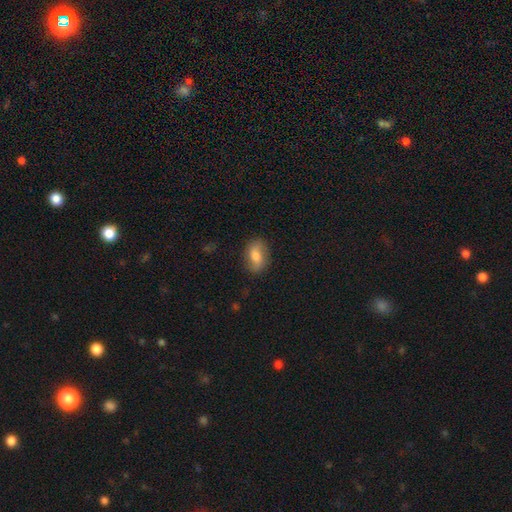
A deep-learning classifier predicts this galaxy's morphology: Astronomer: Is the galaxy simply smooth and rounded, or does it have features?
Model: smooth — 65%.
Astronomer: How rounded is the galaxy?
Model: in between — 84%.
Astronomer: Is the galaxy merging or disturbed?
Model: none — 78%.